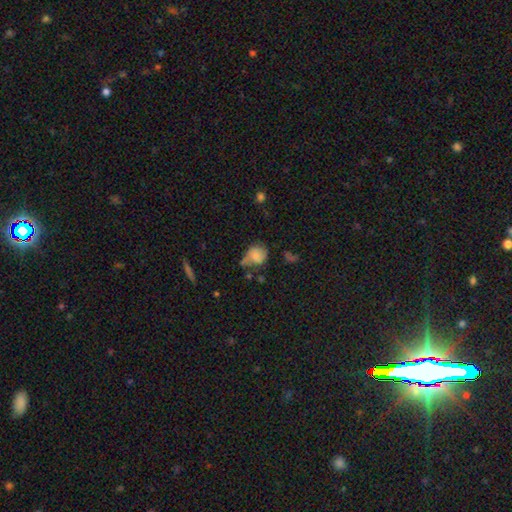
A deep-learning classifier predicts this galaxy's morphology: This is likely a smooth galaxy (69%). How rounded: likely round (65%). Merging: marginally none (39%).